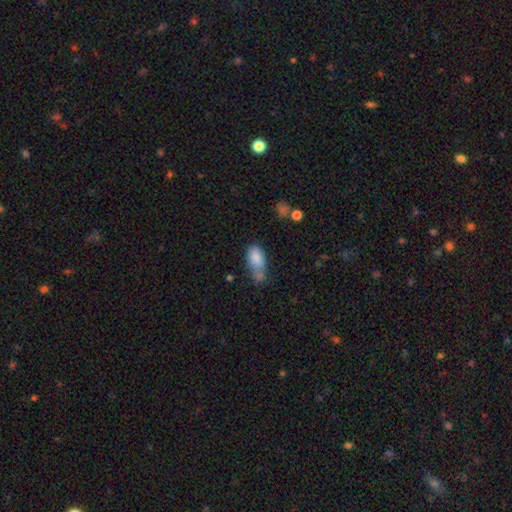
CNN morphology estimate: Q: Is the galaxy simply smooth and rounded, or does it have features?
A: smooth — 80%.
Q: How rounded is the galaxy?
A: in between — 88%.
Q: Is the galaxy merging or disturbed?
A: none — 34%.